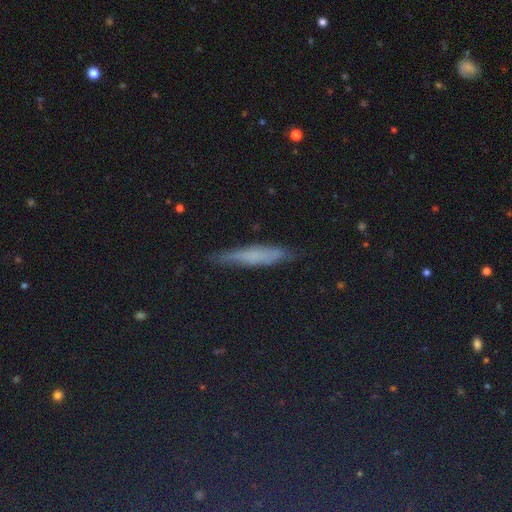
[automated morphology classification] Smooth or featured? Predicted: smooth (p=0.50). Merging? Predicted: none (p=0.81).